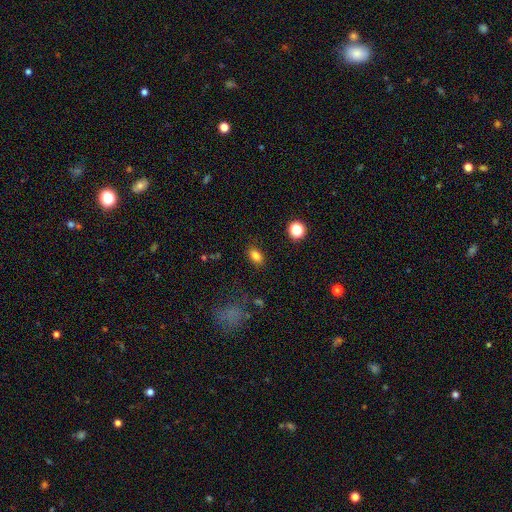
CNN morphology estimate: smooth_or_featured: smooth (p=0.81) [alt: star or artifact p=0.12]
how_rounded: in between (p=0.82) [alt: round p=0.16]
merging: none (p=0.85) [alt: minor disturbance p=0.10]